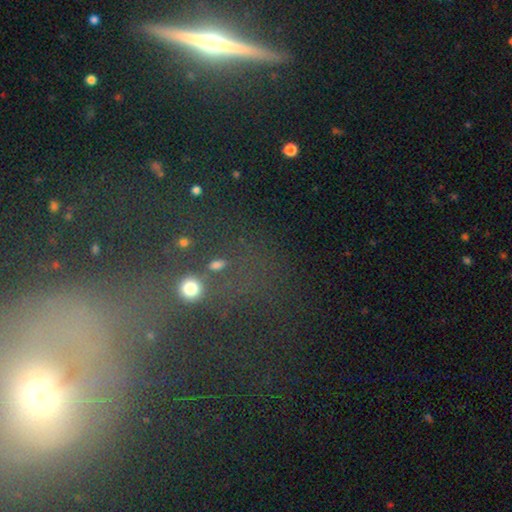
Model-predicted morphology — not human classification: A featured or disk galaxy (43%).

Vote fractions:
- Smooth or featured? featured or disk: 43% / star or artifact: 33% / smooth: 24%
- Merging? none: 65% / minor disturbance: 14% / major disturbance: 12% / merger: 9%